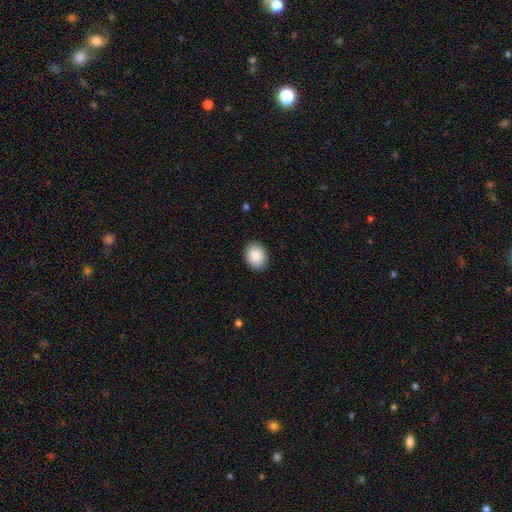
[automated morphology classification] This is clearly a smooth galaxy (90%). How rounded: likely in between (66%). Merging: clearly none (88%).